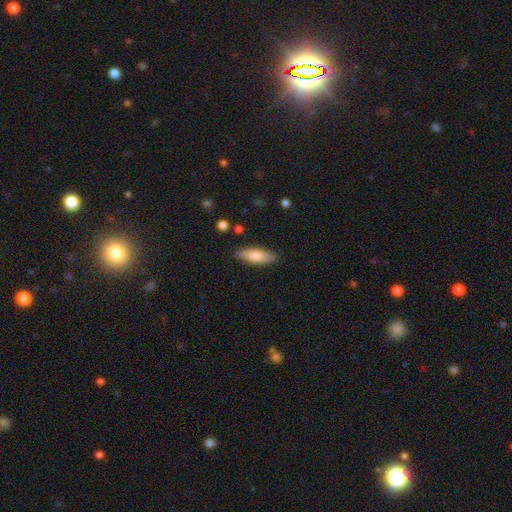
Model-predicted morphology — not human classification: Smooth or featured: smooth — 79% (featured or disk — 15%)
How rounded: in between — 54% (cigar-shaped — 44%)
Merging: none — 87% (minor disturbance — 9%)